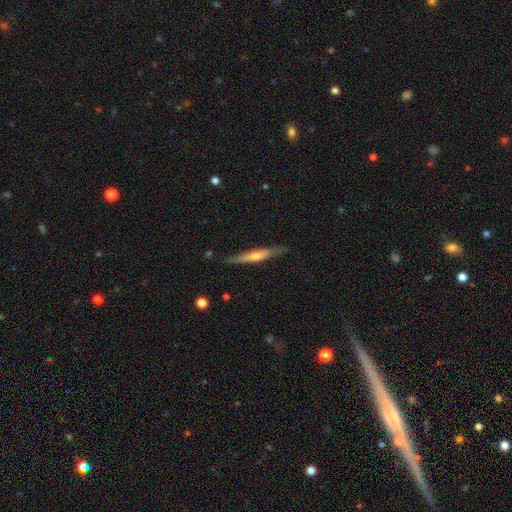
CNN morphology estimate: Smooth or featured? featured or disk (65%)
Edge-on disk? yes (96%)
Edge-on bulge? rounded (62%)
Merging? none (86%)